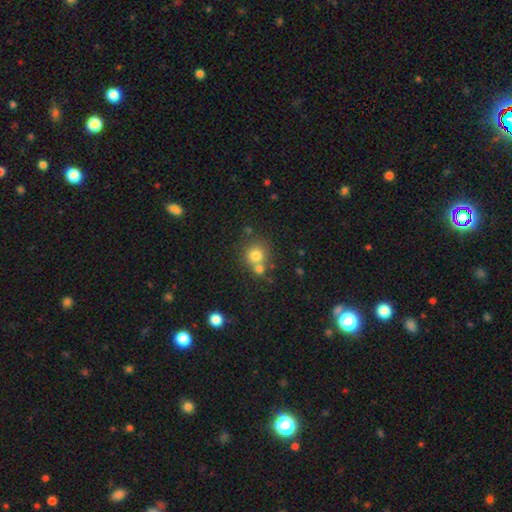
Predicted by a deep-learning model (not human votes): Smooth or featured? Predicted: smooth (p=0.76). How rounded? Predicted: round (p=0.87). Merging? Predicted: none (p=0.53).